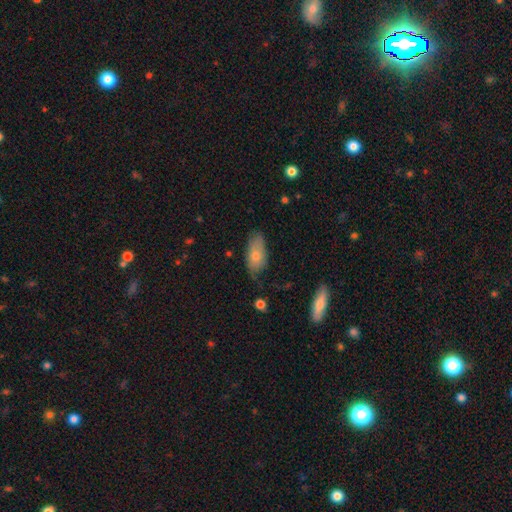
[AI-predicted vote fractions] smooth 65%, featured or disk 26%, star or artifact 8%. Down the decision tree: how rounded — in between (87%); merging — none (61%).